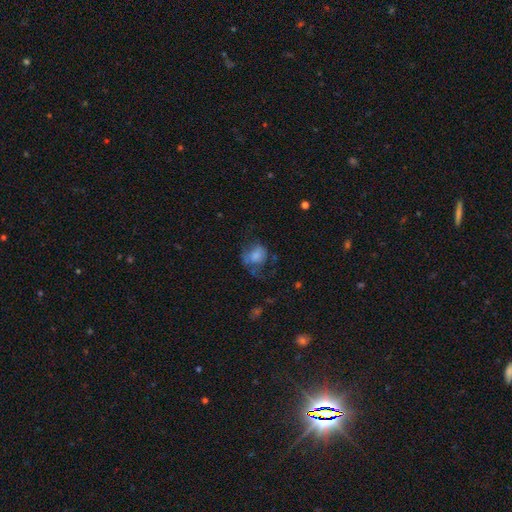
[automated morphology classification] smooth_or_featured: smooth (p=0.62) [alt: featured or disk p=0.27]
how_rounded: round (p=0.51) [alt: in between p=0.48]
merging: major disturbance (p=0.40) [alt: none p=0.32]